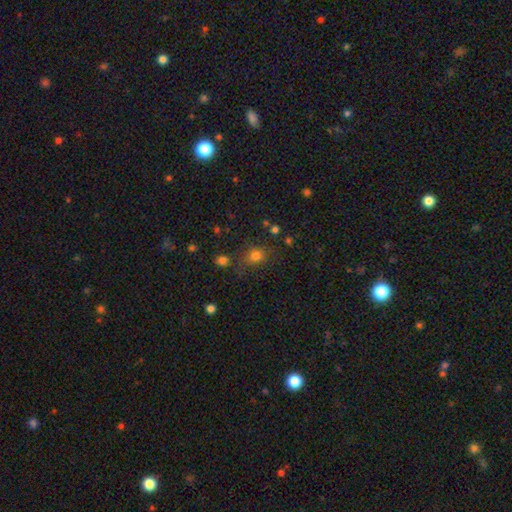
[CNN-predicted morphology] smooth-or-featured: smooth: 76% | star or artifact: 17% | featured or disk: 7%
  how-rounded: round: 63% | in between: 36% | cigar-shaped: 1%
  merging: none: 66% | minor disturbance: 18% | merger: 8% | major disturbance: 8%